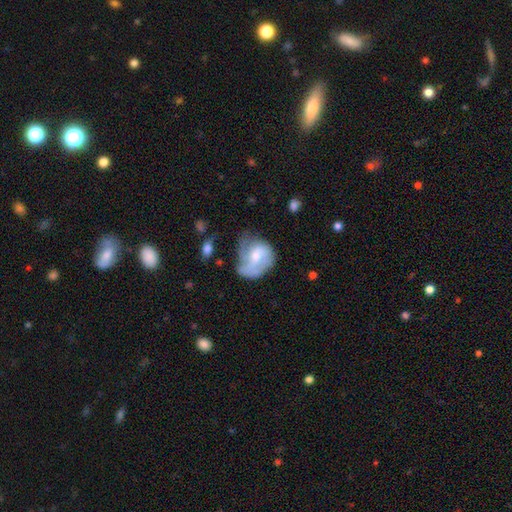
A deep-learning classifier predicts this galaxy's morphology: Smooth or featured? Predicted: featured or disk (p=0.58). Edge-on disk? Predicted: no (p=0.97). Bar? Predicted: no (p=0.56). Spiral arms? Predicted: yes (p=0.75). Bulge size? Predicted: small (p=0.50). Merging? Predicted: none (p=0.38).